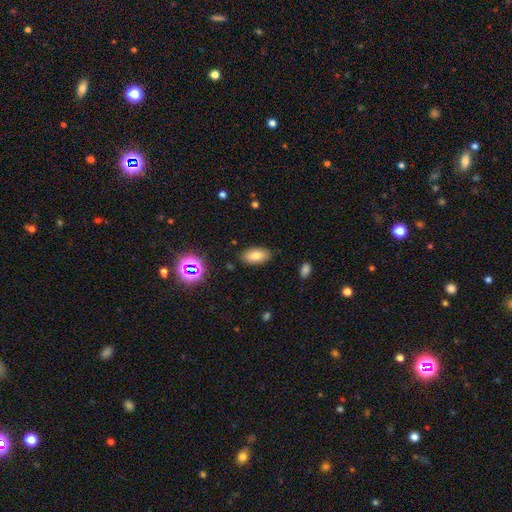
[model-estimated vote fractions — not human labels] smooth_or_featured: smooth (p=0.77) [alt: featured or disk p=0.12]
how_rounded: in between (p=0.91) [alt: cigar-shaped p=0.05]
merging: none (p=0.86) [alt: minor disturbance p=0.10]